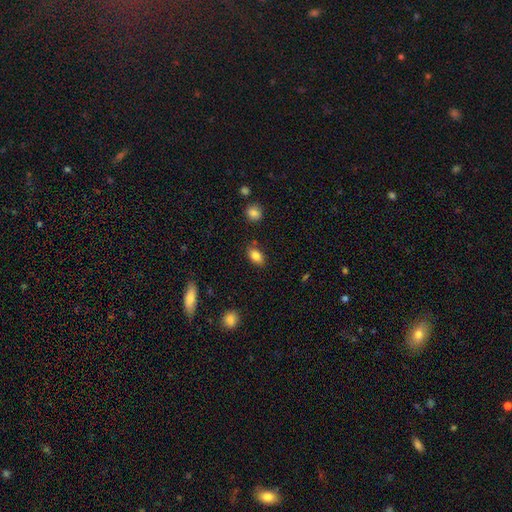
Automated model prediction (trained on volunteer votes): Smooth or featured?
  - smooth: 84% *
  - star or artifact: 8%
  - featured or disk: 8%
How rounded?
  - in between: 89% *
  - round: 7%
  - cigar-shaped: 4%
Merging?
  - none: 83% *
  - minor disturbance: 12%
  - merger: 3%
  - major disturbance: 3%